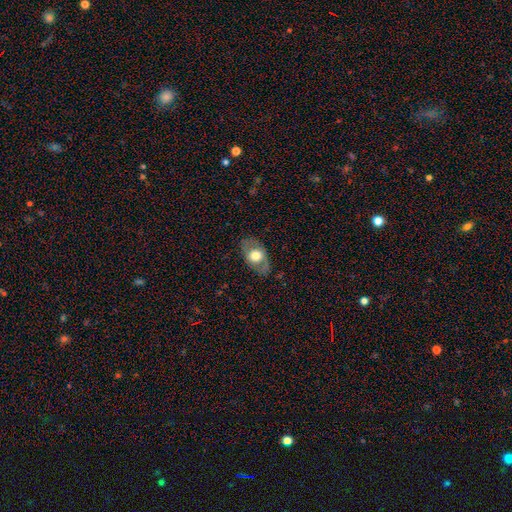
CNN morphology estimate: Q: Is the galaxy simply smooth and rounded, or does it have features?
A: smooth — 52%.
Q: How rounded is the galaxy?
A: in between — 79%.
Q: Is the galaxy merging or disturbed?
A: none — 76%.